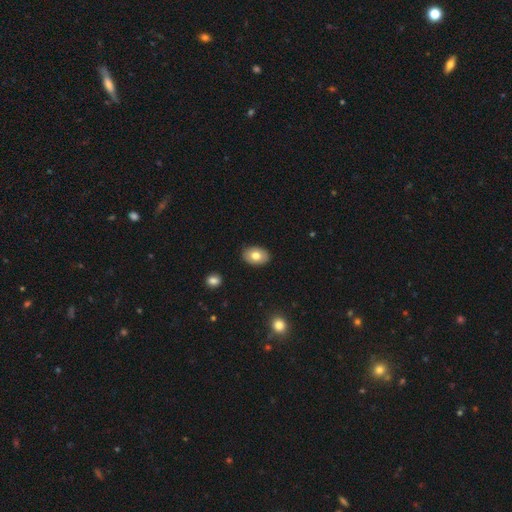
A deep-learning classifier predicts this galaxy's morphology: Smooth or featured: smooth — 76% (featured or disk — 17%)
How rounded: in between — 82% (round — 17%)
Merging: none — 89% (minor disturbance — 8%)